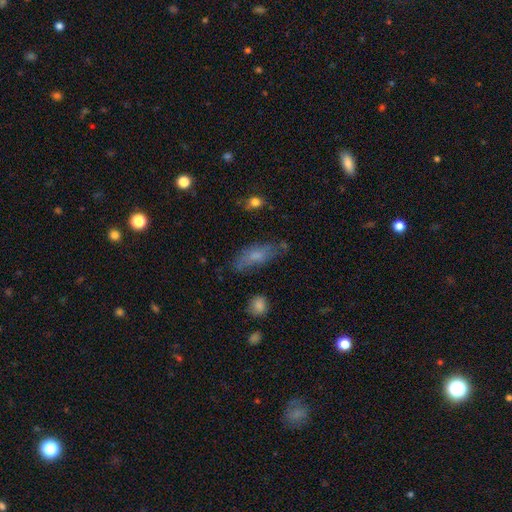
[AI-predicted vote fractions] Smooth or featured? smooth (64%)
How rounded? in between (70%)
Merging? none (65%)